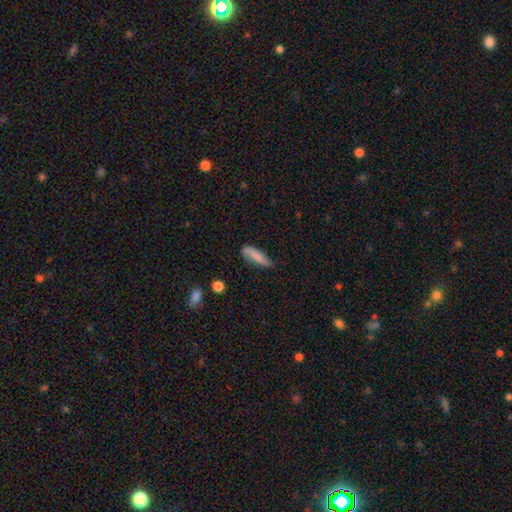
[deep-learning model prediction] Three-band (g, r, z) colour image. It shows a smooth galaxy with no disk features (74%) that is cigar-shaped (57%). Merging: none (56%).